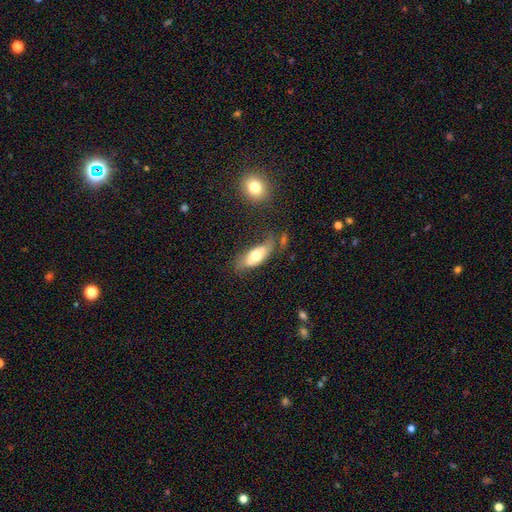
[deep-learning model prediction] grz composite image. It shows a smooth galaxy with no disk features (58%) that is in between round and cigar-shaped (79%). Merging: none (52%).